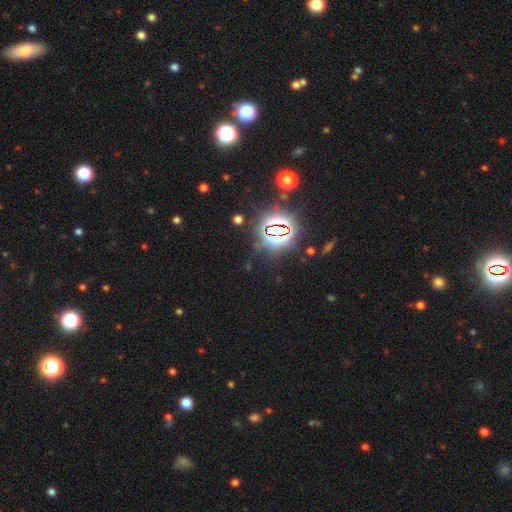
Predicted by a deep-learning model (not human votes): The model was most divided on "smooth or featured": star or artifact: 82%, smooth: 10%, featured or disk: 8%.